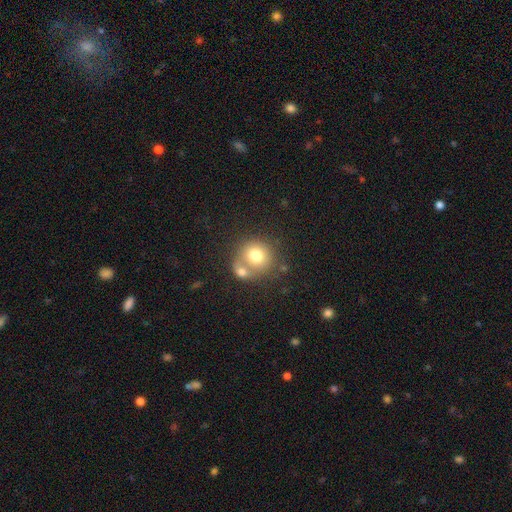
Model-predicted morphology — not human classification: type=smooth (74%); roundness=round (86%); merging=merger (45%).